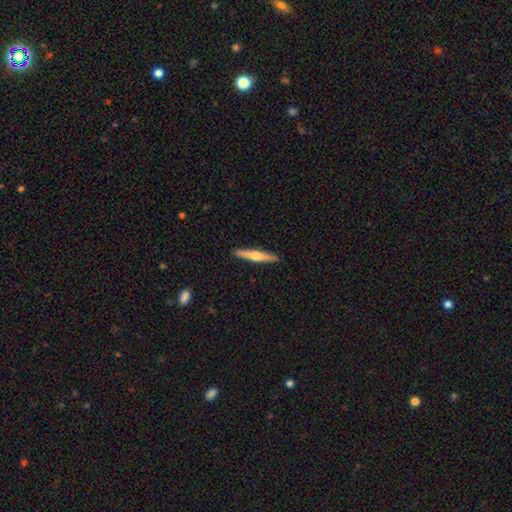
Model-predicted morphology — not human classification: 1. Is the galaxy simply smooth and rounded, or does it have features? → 53% featured or disk, 42% smooth, 5% star or artifact.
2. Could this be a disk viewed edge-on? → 97% yes, 3% no.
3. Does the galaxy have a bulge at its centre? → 84% rounded, 11% none, 5% boxy.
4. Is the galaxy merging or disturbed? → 92% none, 6% minor disturbance, 1% major disturbance, 1% merger.